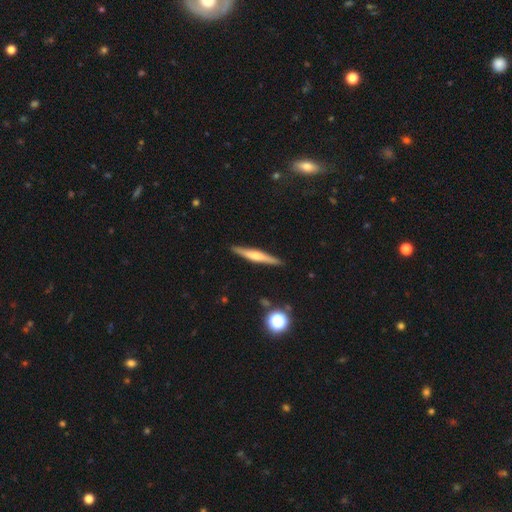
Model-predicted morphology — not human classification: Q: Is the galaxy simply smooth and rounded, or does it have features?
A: featured or disk — 56%.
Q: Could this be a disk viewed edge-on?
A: yes — 96%.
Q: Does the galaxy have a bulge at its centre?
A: rounded — 70%.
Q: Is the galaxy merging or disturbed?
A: none — 89%.